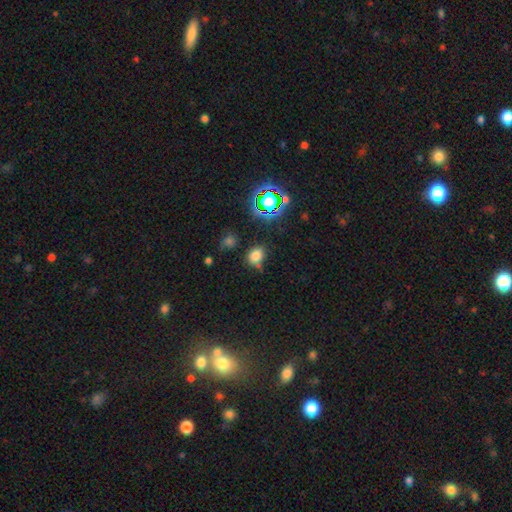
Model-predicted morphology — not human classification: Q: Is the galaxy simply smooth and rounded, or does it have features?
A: smooth — 72%.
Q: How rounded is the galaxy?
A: in between — 51%.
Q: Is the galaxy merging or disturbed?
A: none — 67%.